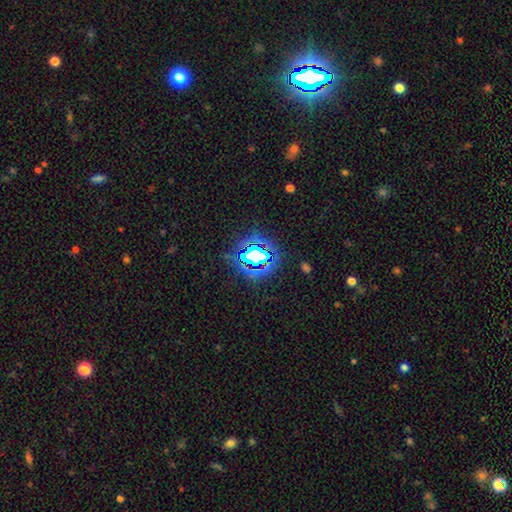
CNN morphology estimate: Smooth or featured?
  - star or artifact: 70% *
  - smooth: 18%
  - featured or disk: 12%